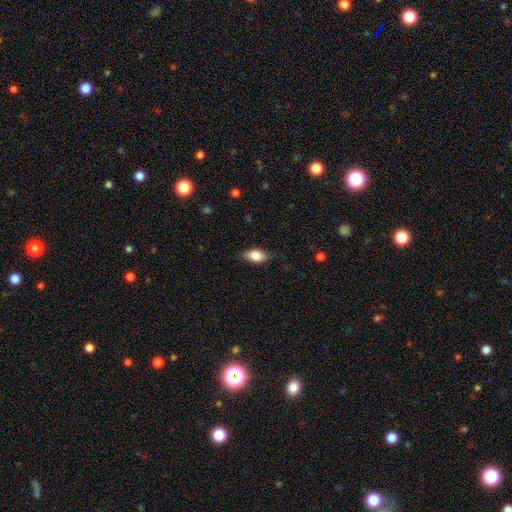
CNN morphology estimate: Smooth or featured?
  - smooth: 80% *
  - featured or disk: 13%
  - star or artifact: 7%
How rounded?
  - in between: 88% *
  - round: 8%
  - cigar-shaped: 4%
Merging?
  - none: 79% *
  - minor disturbance: 17%
  - major disturbance: 3%
  - merger: 1%